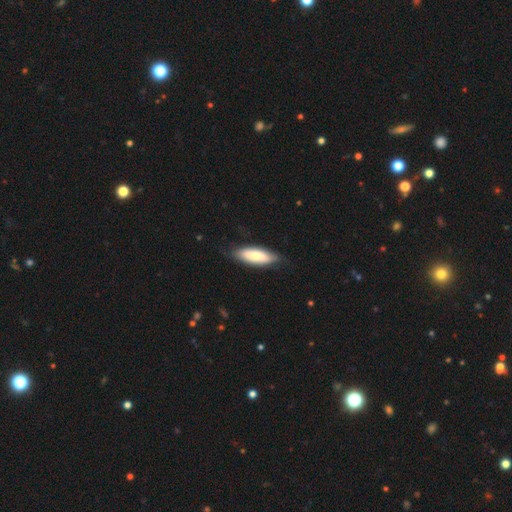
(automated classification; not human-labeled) Smooth or featured? smooth (71%)
How rounded? in between (62%)
Merging? none (78%)